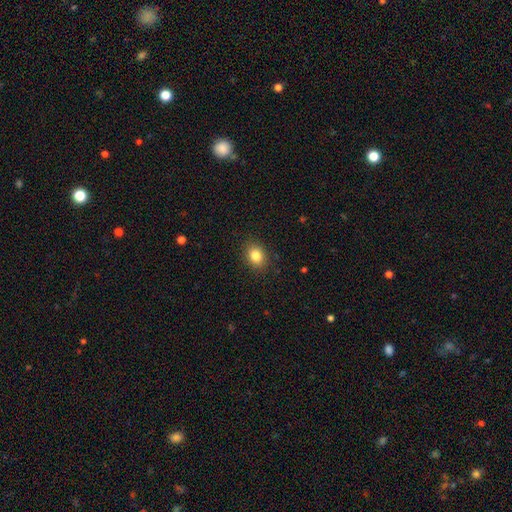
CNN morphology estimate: This is clearly a smooth galaxy (83%). How rounded: possibly in between (54%). Merging: clearly none (88%).